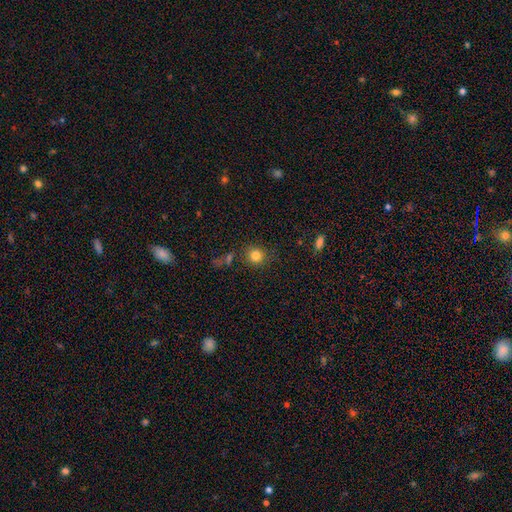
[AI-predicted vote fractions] Q: Smooth or featured?
A: smooth (81%); runner-up: star or artifact (13%)
Q: How rounded?
A: round (89%); runner-up: in between (10%)
Q: Merging?
A: none (83%); runner-up: minor disturbance (9%)